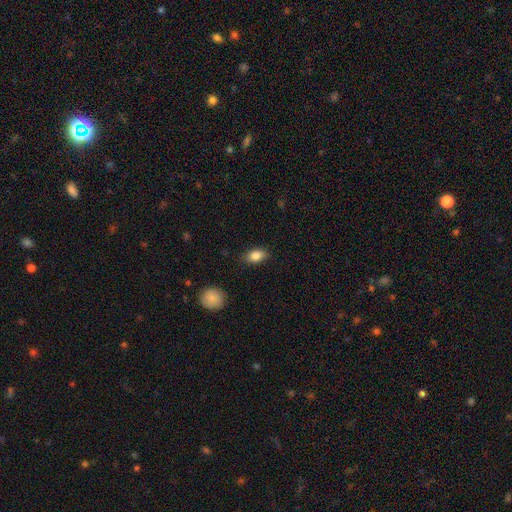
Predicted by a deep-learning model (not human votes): A smooth galaxy with no disk features (85%) that is in between round and cigar-shaped (85%). Merging: none (83%).